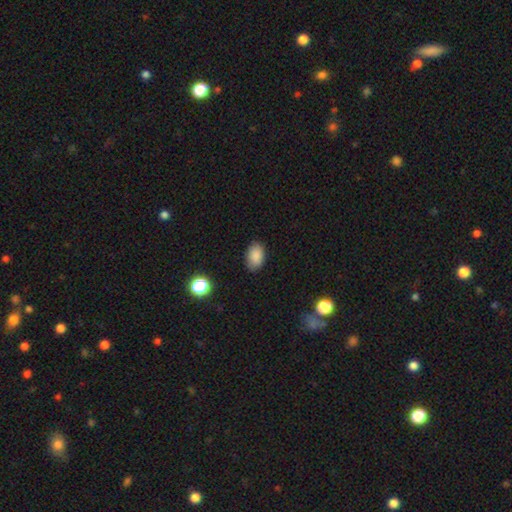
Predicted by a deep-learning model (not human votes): smooth_or_featured: smooth (p=0.87) [alt: star or artifact p=0.08]
how_rounded: in between (p=0.89) [alt: round p=0.10]
merging: none (p=0.84) [alt: minor disturbance p=0.12]